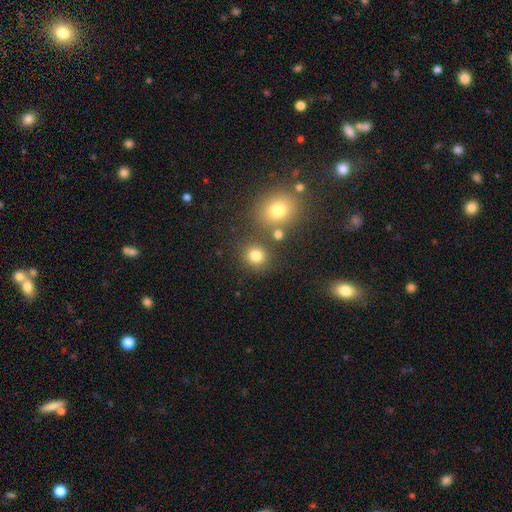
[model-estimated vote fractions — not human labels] A smooth galaxy with no disk features (78%) that is round (84%).

Vote fractions:
- Smooth or featured? smooth: 78% / star or artifact: 16% / featured or disk: 7%
- How rounded? round: 84% / in between: 15% / cigar-shaped: 1%
- Merging? none: 76% / merger: 11% / minor disturbance: 9% / major disturbance: 4%